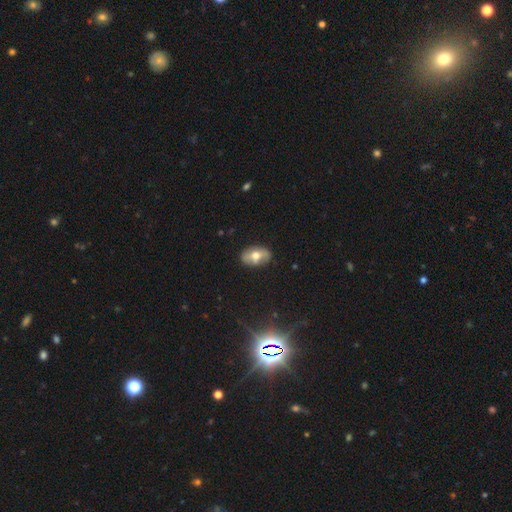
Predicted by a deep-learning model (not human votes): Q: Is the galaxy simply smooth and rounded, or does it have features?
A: smooth — 47%.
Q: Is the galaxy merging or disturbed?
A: none — 80%.